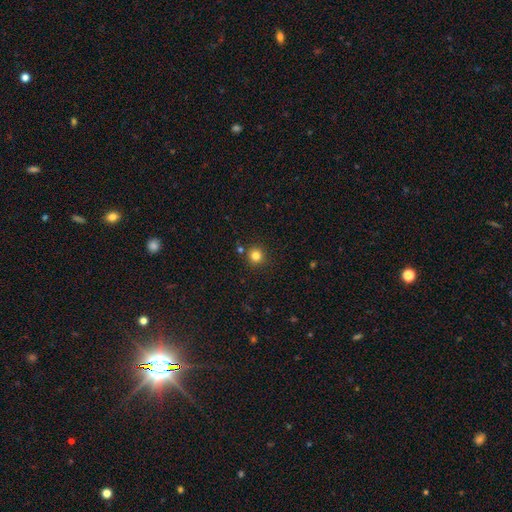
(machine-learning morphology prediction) smooth-or-featured: smooth: 82% | star or artifact: 13% | featured or disk: 5%
  how-rounded: round: 94% | in between: 5% | cigar-shaped: 1%
  merging: none: 87% | minor disturbance: 7% | merger: 4% | major disturbance: 2%